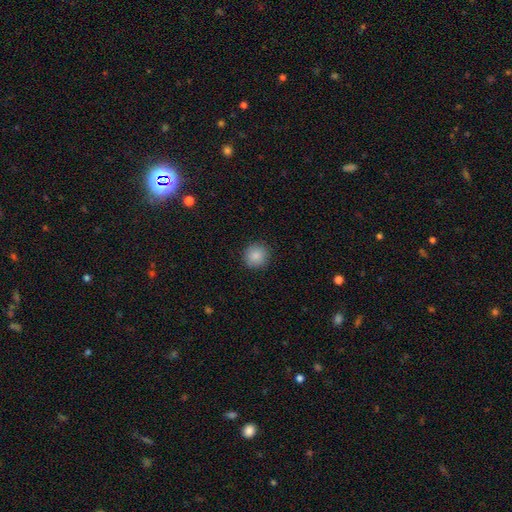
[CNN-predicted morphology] Smooth or featured?
  - smooth: 88% *
  - star or artifact: 9%
  - featured or disk: 4%
How rounded?
  - round: 90% *
  - in between: 9%
  - cigar-shaped: 1%
Merging?
  - none: 90% *
  - minor disturbance: 7%
  - major disturbance: 2%
  - merger: 1%